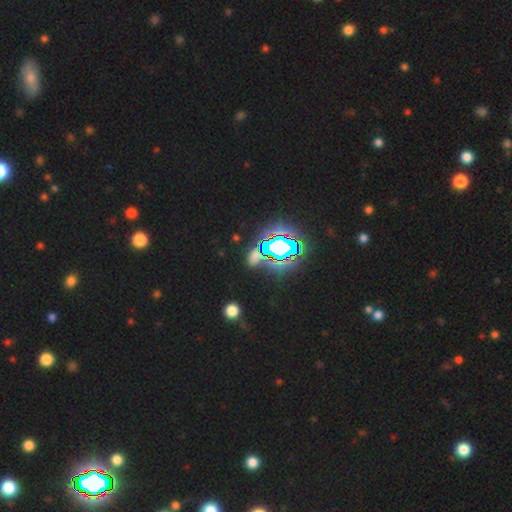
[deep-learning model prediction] Overall: star or artifact (64%; smooth 25%).